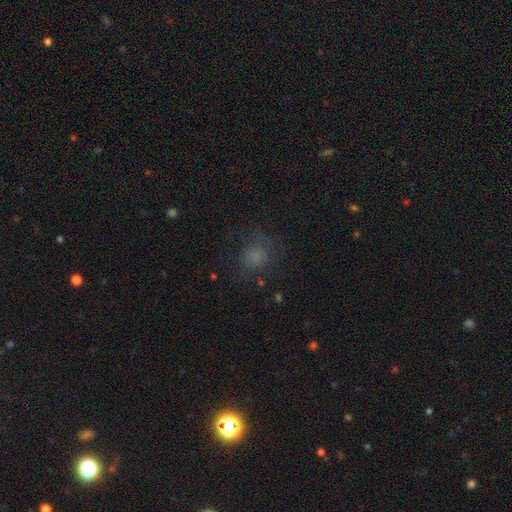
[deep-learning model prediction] smooth 64%, star or artifact 20%, featured or disk 16%. Down the decision tree: how rounded — round (74%); merging — none (63%).